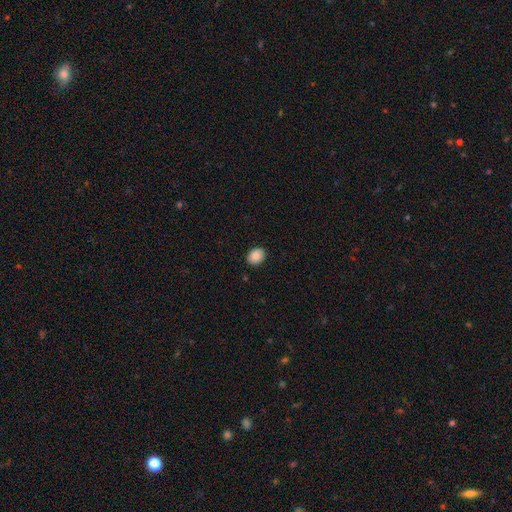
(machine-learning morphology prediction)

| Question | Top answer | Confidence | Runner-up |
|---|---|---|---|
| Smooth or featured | smooth | 88% | star or artifact (8%) |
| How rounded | in between | 57% | round (42%) |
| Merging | none | 88% | minor disturbance (9%) |